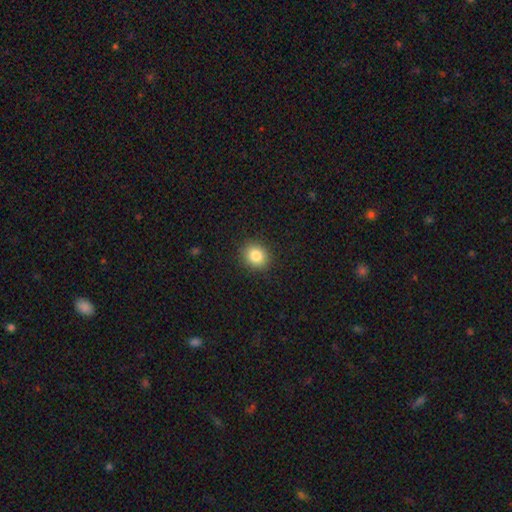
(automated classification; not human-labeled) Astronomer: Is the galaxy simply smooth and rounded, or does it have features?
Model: smooth — 83%.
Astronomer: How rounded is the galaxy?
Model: round — 76%.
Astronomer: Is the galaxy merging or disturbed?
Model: none — 90%.